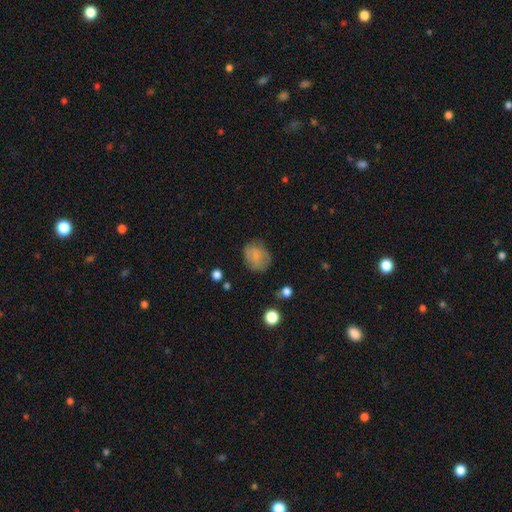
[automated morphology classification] smooth 70%, featured or disk 20%, star or artifact 9%. Down the decision tree: how rounded — round (54%); merging — none (64%).